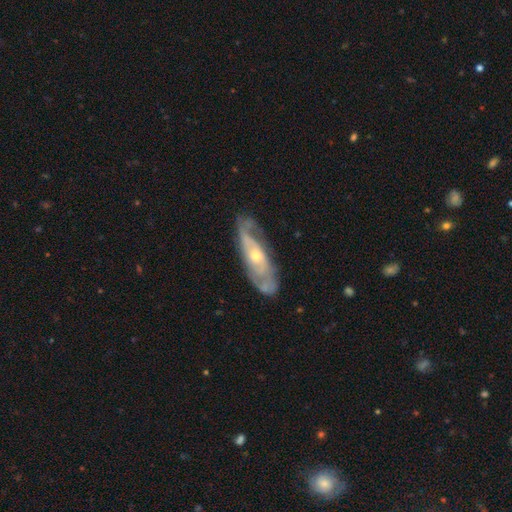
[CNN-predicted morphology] smooth-or-featured: featured or disk: 78% | smooth: 16% | star or artifact: 6%
  disk-edge-on: no: 79% | yes: 21%
    bar: no: 70% | weak: 23% | strong: 6%
    has-spiral-arms: yes: 82% | no: 18%
      spiral-winding: tight: 47% | medium: 37% | loose: 16%
      spiral-arm-count: 2: 49% | can't tell: 37% | 1: 5% | 3: 5% | 4: 2% | more than 4: 2%
    bulge-size: small: 51% | moderate: 45% | large: 2% | none: 1% | dominant: 1%
  merging: none: 70% | minor disturbance: 21% | major disturbance: 7% | merger: 2%